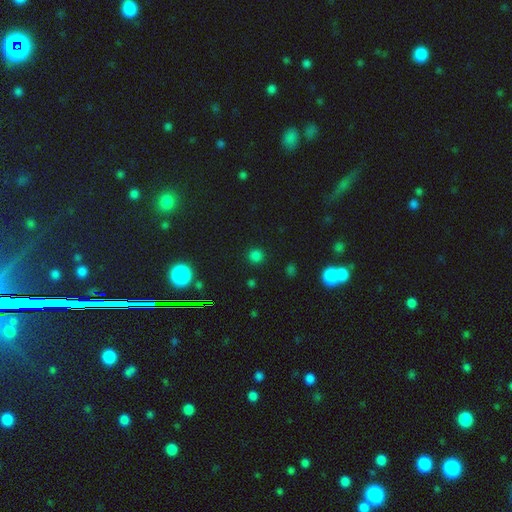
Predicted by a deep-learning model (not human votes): A smooth galaxy with no disk features (75%) that is round (93%). Merging: none (90%).